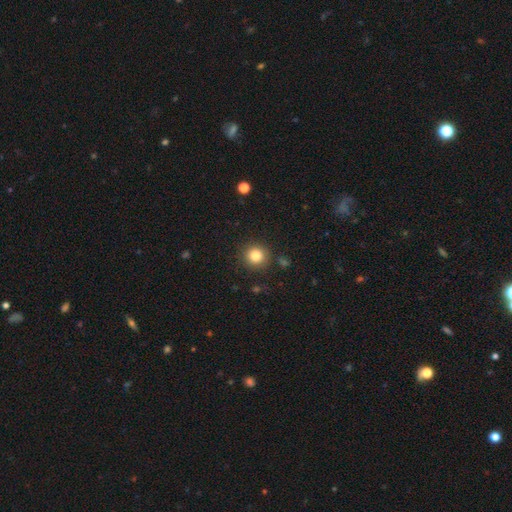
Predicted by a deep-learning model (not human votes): smooth 83%, star or artifact 11%, featured or disk 6%. Down the decision tree: how rounded — round (93%); merging — none (89%).